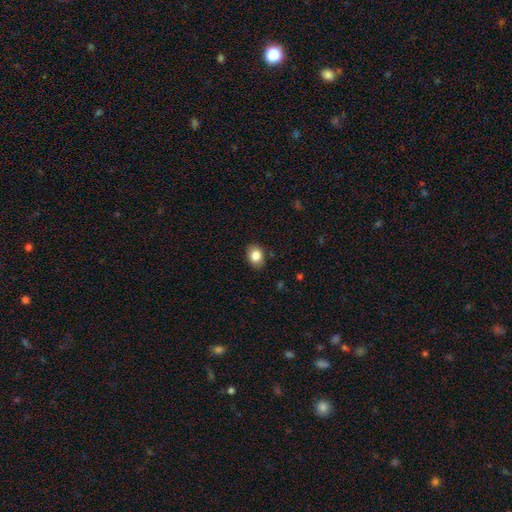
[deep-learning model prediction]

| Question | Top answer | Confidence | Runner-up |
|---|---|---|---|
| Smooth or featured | smooth | 84% | star or artifact (9%) |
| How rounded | in between | 60% | round (39%) |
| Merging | none | 87% | minor disturbance (10%) |